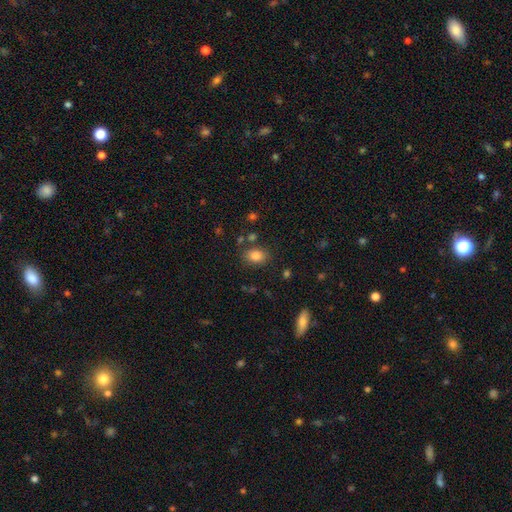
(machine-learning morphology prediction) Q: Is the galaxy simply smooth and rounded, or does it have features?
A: smooth — 82%.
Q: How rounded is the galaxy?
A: in between — 70%.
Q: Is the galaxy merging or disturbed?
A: none — 79%.